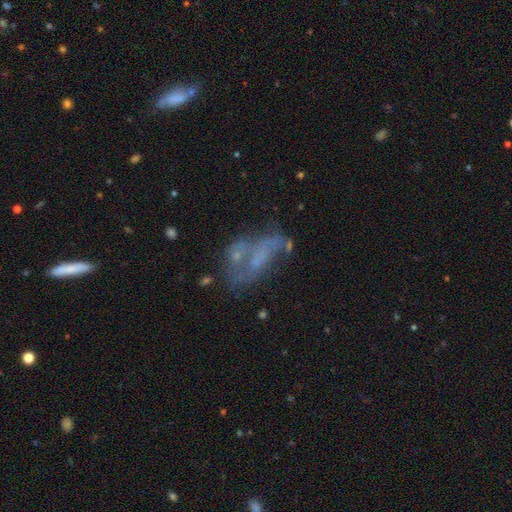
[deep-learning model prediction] A featured or disk galaxy (58%) with no bar (69%), no spiral arms (62%) and no central bulge (58%). Merging: none (42%).